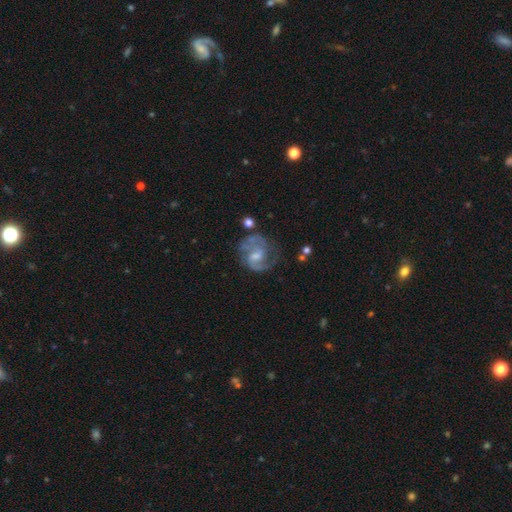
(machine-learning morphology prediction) Smooth or featured?
  - featured or disk: 82% *
  - smooth: 10%
  - star or artifact: 8%
Edge-on disk?
  - no: 98% *
  - yes: 2%
Bar?
  - weak: 54% *
  - no: 28%
  - strong: 17%
Spiral arms?
  - yes: 94% *
  - no: 6%
Spiral winding?
  - medium: 53% *
  - tight: 29%
  - loose: 18%
Spiral arm count?
  - 2: 81% *
  - can't tell: 8%
  - 3: 4%
  - 1: 4%
  - 4: 1%
  - more than 4: 1%
Bulge size?
  - small: 43% *
  - moderate: 41%
  - none: 11%
  - large: 4%
  - dominant: 1%
Merging?
  - none: 67% *
  - minor disturbance: 18%
  - major disturbance: 11%
  - merger: 4%